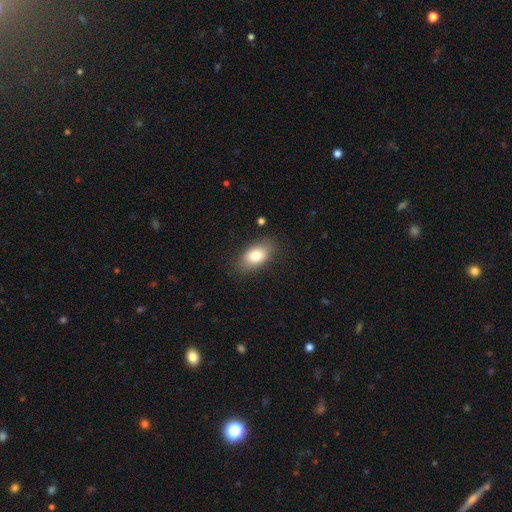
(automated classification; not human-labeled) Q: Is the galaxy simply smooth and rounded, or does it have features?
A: smooth — 81%.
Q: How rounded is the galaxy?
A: in between — 90%.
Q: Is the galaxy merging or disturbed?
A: none — 81%.